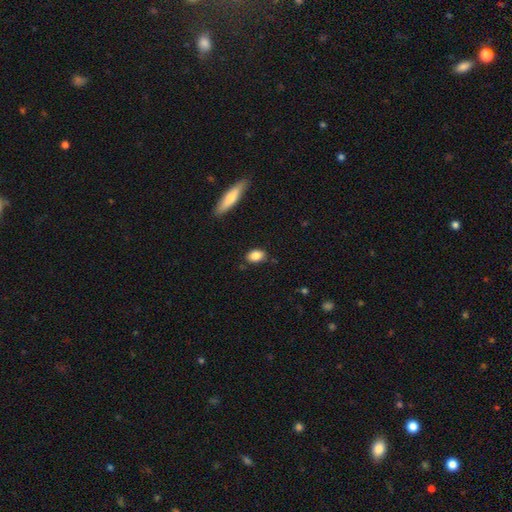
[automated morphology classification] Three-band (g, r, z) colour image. It shows a smooth galaxy with no disk features (84%) that is in between round and cigar-shaped (81%). Merging: none (80%).